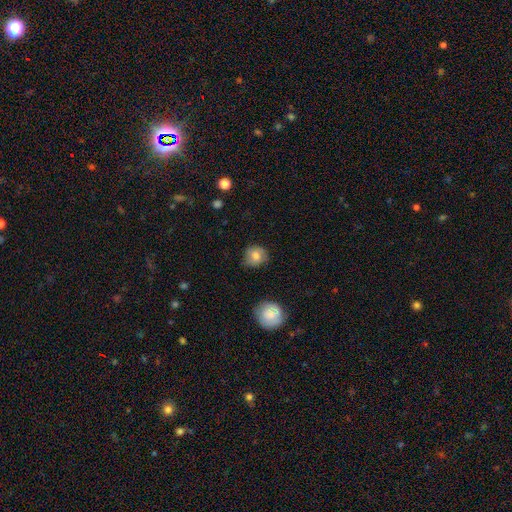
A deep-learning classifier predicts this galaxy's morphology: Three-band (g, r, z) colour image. It shows a smooth galaxy with no disk features (74%) that is round (81%). Merging: none (70%).